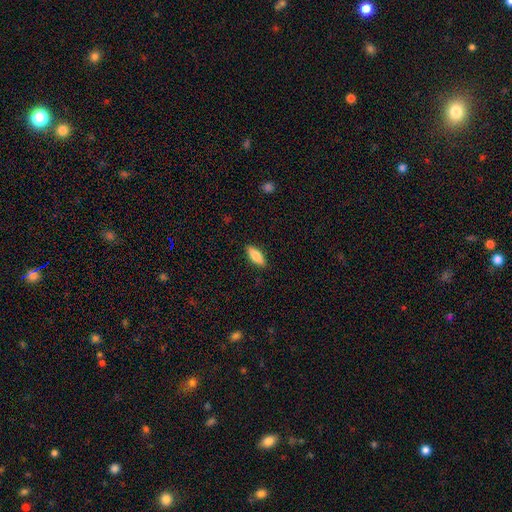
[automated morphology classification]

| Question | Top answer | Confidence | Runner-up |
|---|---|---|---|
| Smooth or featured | smooth | 79% | featured or disk (15%) |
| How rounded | in between | 69% | cigar-shaped (28%) |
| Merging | none | 88% | minor disturbance (9%) |